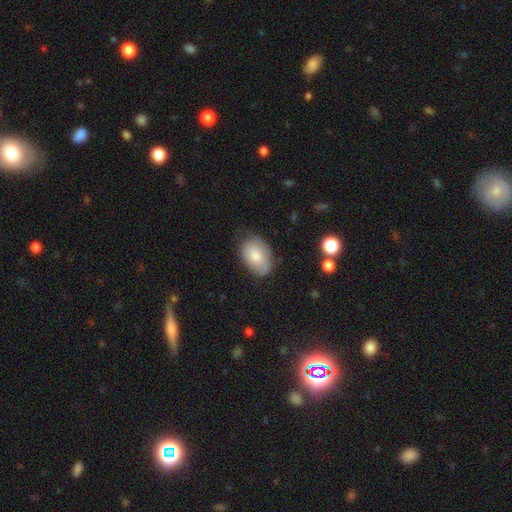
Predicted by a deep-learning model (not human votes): smooth 75%, featured or disk 18%, star or artifact 7%. Down the decision tree: how rounded — in between (89%); merging — none (71%).